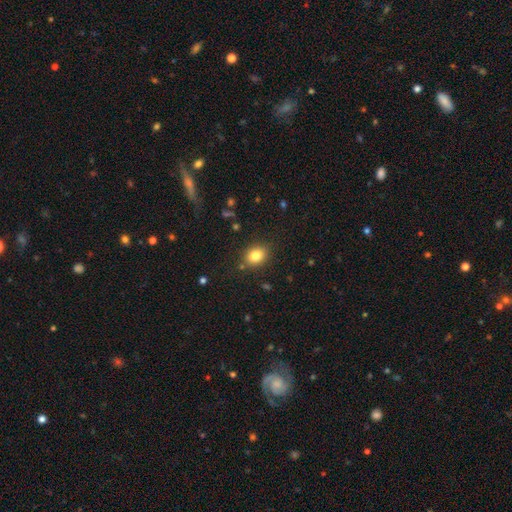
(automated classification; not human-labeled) Smooth or featured: smooth — 81% (star or artifact — 11%)
How rounded: in between — 53% (round — 46%)
Merging: none — 85% (minor disturbance — 10%)